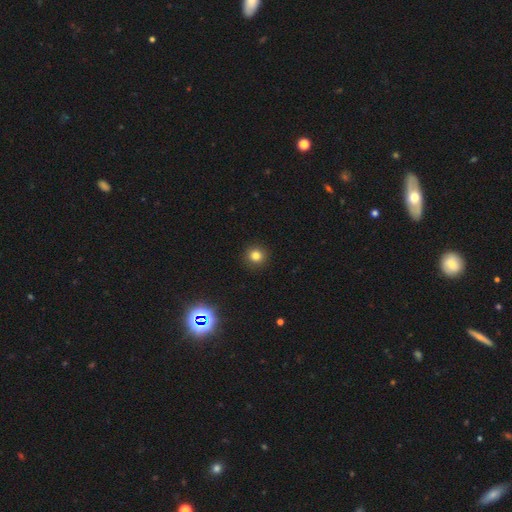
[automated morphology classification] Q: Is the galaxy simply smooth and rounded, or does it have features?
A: smooth — 80%.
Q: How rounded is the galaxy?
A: round — 94%.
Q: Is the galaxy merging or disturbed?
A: none — 92%.